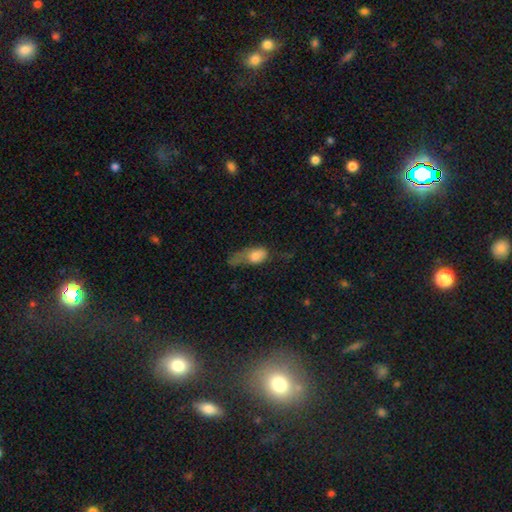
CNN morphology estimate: Smooth or featured? smooth (69%)
How rounded? in between (80%)
Merging? major disturbance (53%)